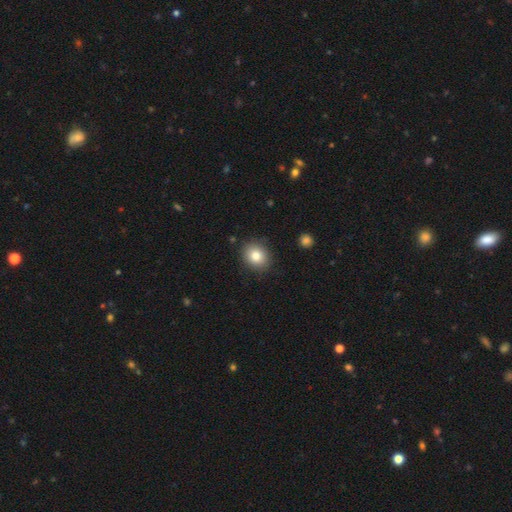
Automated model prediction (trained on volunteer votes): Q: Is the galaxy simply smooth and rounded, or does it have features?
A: smooth — 82%.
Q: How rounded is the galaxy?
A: round — 62%.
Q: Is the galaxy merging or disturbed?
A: none — 87%.